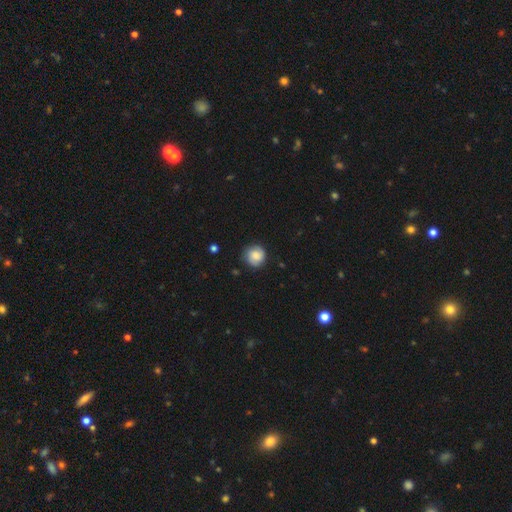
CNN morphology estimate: This is clearly a smooth galaxy (81%). How rounded: clearly round (92%). Merging: clearly none (82%).